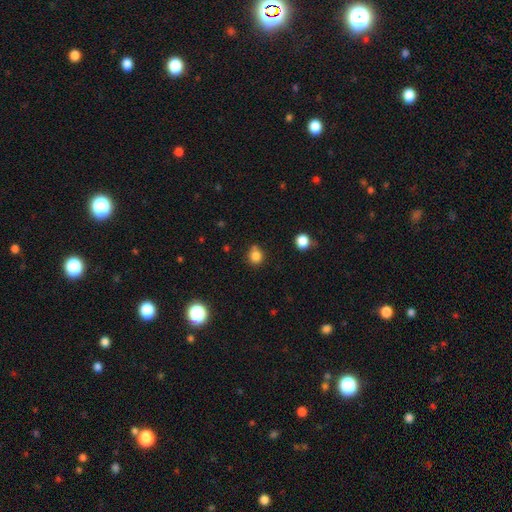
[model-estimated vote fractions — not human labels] Smooth or featured? smooth (82%)
How rounded? round (79%)
Merging? none (67%)